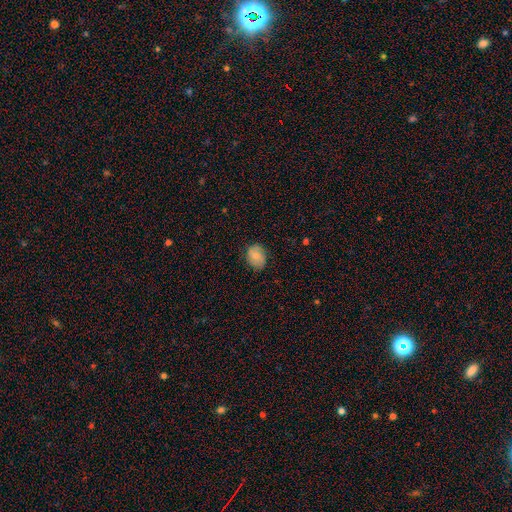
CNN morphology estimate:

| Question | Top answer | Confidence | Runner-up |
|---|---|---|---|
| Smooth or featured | smooth | 72% | featured or disk (21%) |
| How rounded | in between | 58% | round (41%) |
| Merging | none | 78% | minor disturbance (18%) |